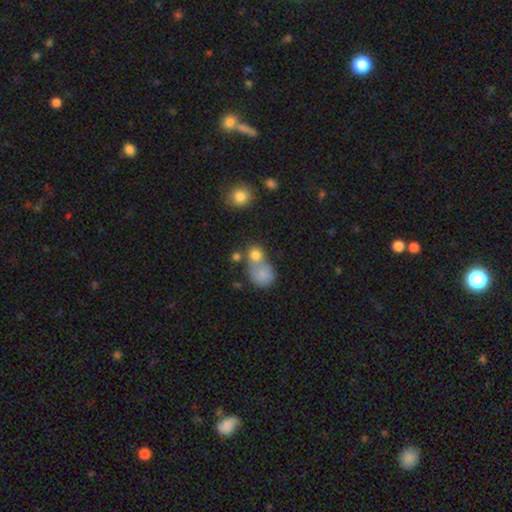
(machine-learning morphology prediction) Smooth or featured: smooth — 78% (star or artifact — 13%)
How rounded: round — 78% (in between — 21%)
Merging: merger — 48% (none — 38%)